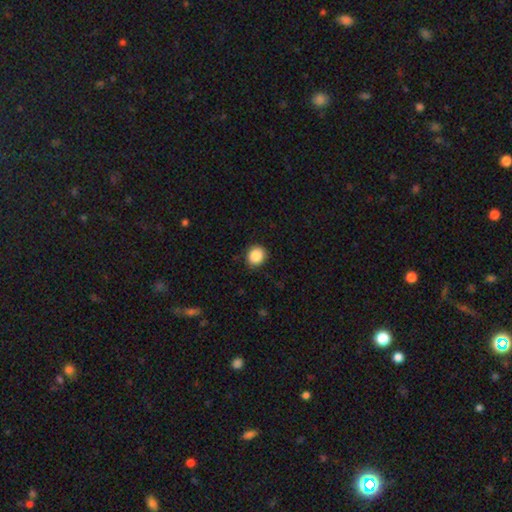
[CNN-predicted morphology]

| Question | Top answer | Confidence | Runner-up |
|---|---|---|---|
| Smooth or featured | smooth | 87% | star or artifact (9%) |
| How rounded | round | 83% | in between (16%) |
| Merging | none | 89% | minor disturbance (8%) |